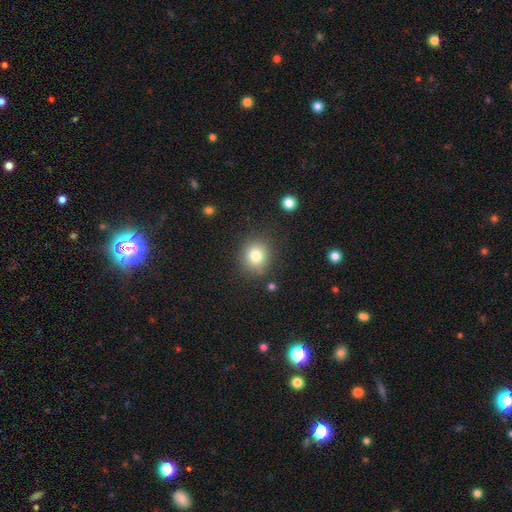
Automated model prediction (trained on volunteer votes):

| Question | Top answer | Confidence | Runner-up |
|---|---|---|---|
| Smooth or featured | smooth | 80% | star or artifact (12%) |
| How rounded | round | 81% | in between (18%) |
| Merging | none | 84% | minor disturbance (10%) |